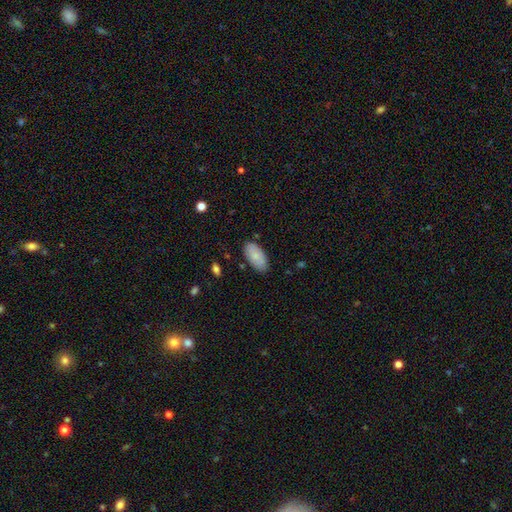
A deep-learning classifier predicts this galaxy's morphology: Smooth or featured?
  - smooth: 80% *
  - featured or disk: 14%
  - star or artifact: 6%
How rounded?
  - in between: 95% *
  - cigar-shaped: 3%
  - round: 2%
Merging?
  - none: 82% *
  - minor disturbance: 13%
  - major disturbance: 3%
  - merger: 2%